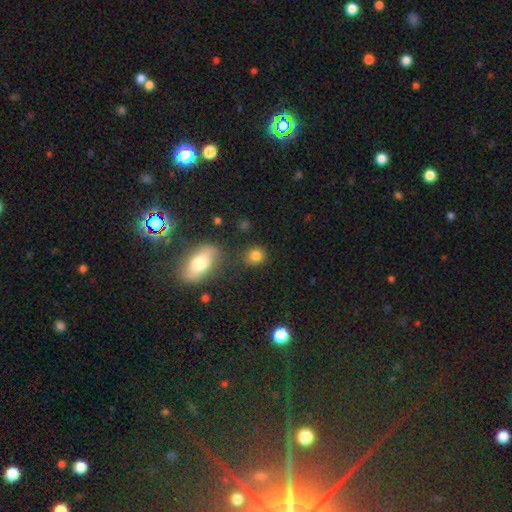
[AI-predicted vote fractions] Morphology: type=smooth (82%); roundness=round (76%); merging=none (77%).